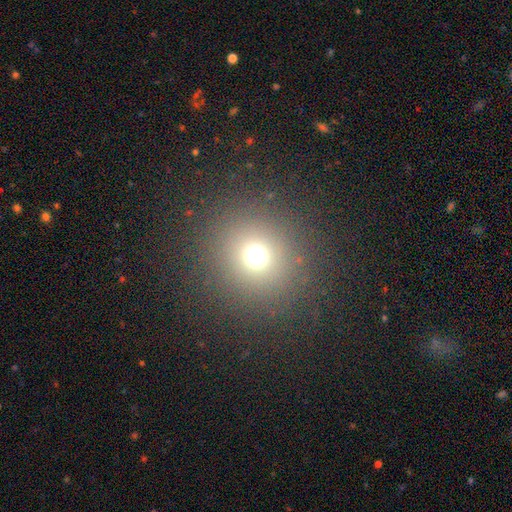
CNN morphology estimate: This is likely a smooth galaxy (66%). How rounded: clearly round (89%). Merging: clearly none (86%).